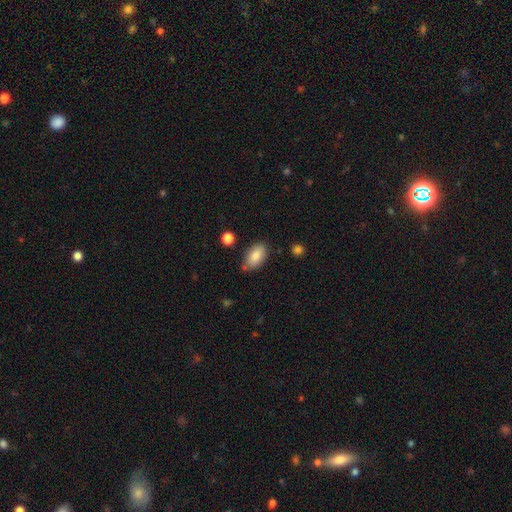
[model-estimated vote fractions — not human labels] smooth_or_featured: smooth (p=0.84) [alt: featured or disk p=0.09]
how_rounded: in between (p=0.93) [alt: round p=0.05]
merging: none (p=0.73) [alt: minor disturbance p=0.18]